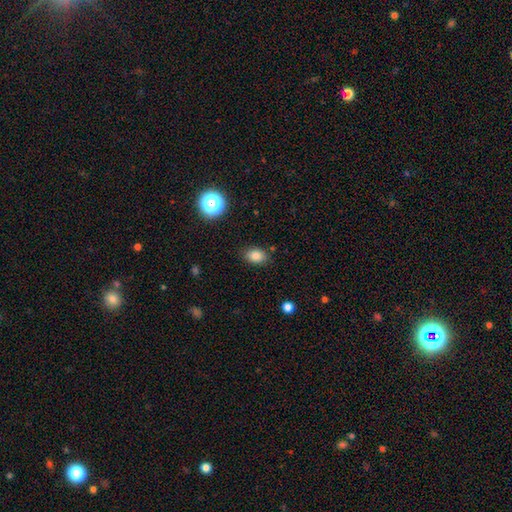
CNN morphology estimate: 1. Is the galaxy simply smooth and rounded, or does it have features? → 82% smooth, 11% star or artifact, 6% featured or disk.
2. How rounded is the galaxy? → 77% in between, 22% round, 1% cigar-shaped.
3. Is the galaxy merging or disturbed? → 84% none, 11% minor disturbance, 3% major disturbance, 2% merger.